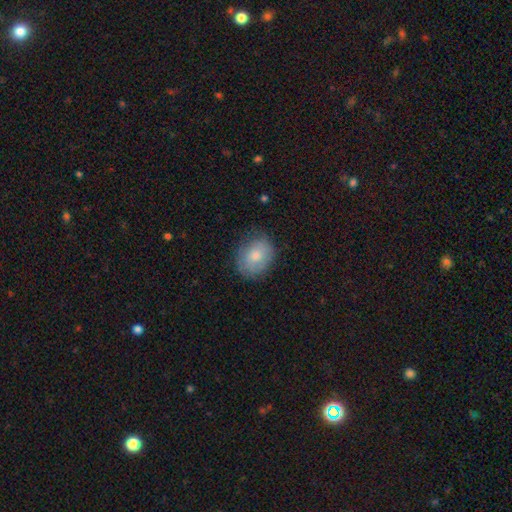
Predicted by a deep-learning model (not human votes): Smooth or featured: smooth — 72% (featured or disk — 21%)
How rounded: in between — 53% (round — 46%)
Merging: none — 74% (minor disturbance — 20%)